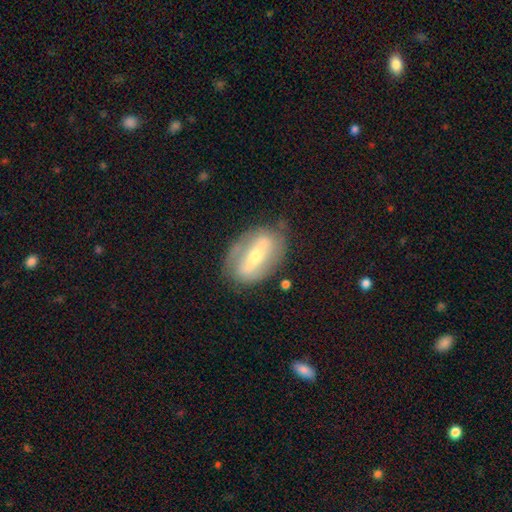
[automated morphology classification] Smooth or featured? featured or disk (69%)
Edge-on disk? no (83%)
Bar? strong (71%)
Spiral arms? no (57%)
Bulge size? moderate (54%)
Merging? none (74%)